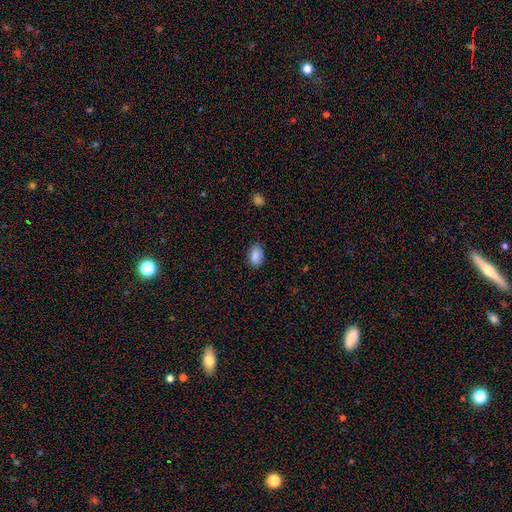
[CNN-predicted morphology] type=smooth (87%); roundness=in between (85%); merging=none (79%).